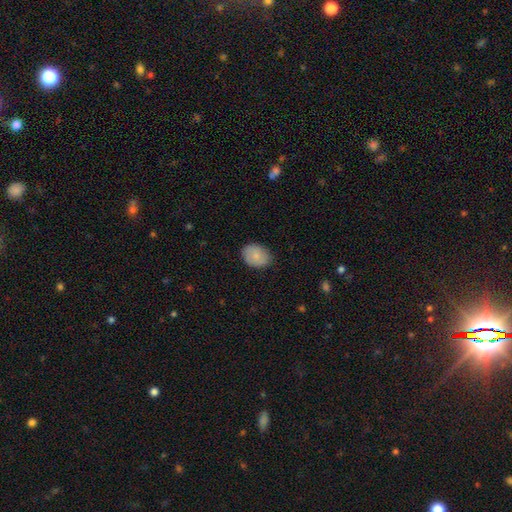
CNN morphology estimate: This appears to be a smooth galaxy with no disk features (82%) that is in between round and cigar-shaped (66%). Merging: none (81%).